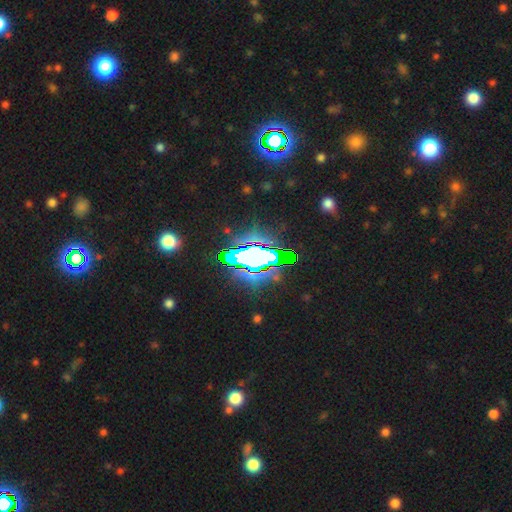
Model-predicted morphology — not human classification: The model was most divided on "smooth or featured": star or artifact: 66%, smooth: 20%, featured or disk: 14%.